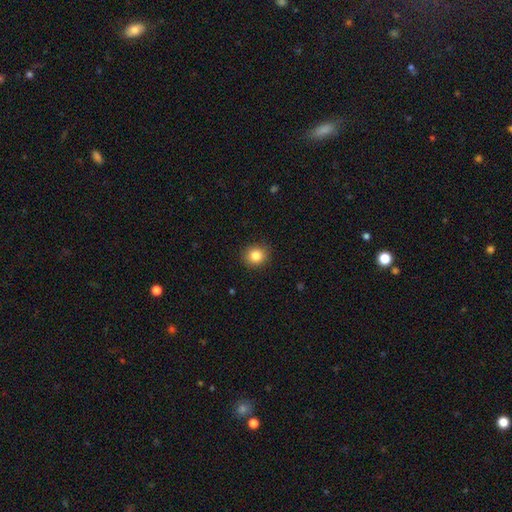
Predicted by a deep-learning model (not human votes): A smooth galaxy with no disk features (84%) that is round (83%). Merging: none (90%).